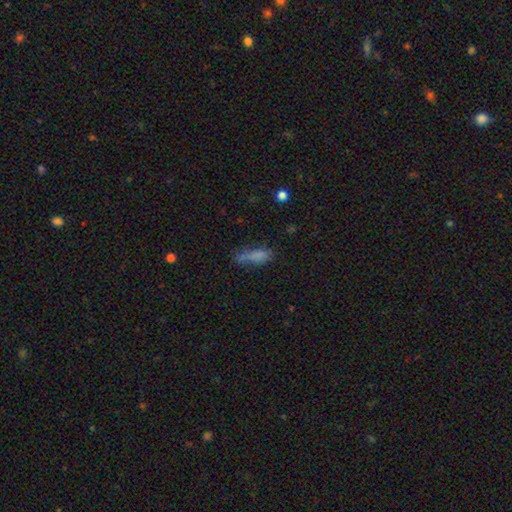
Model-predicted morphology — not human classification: Overall: smooth (77%). How rounded: cigar-shaped (49%; in between 48%). Merging: none (47%; minor disturbance 27%).